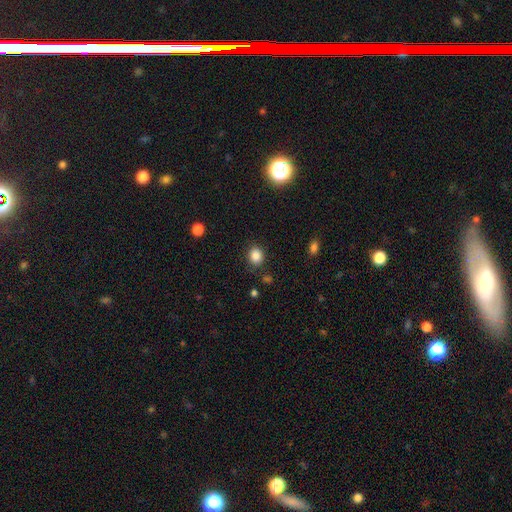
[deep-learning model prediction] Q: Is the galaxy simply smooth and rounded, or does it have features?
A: smooth — 85%.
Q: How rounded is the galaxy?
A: round — 65%.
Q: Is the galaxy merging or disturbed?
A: none — 85%.